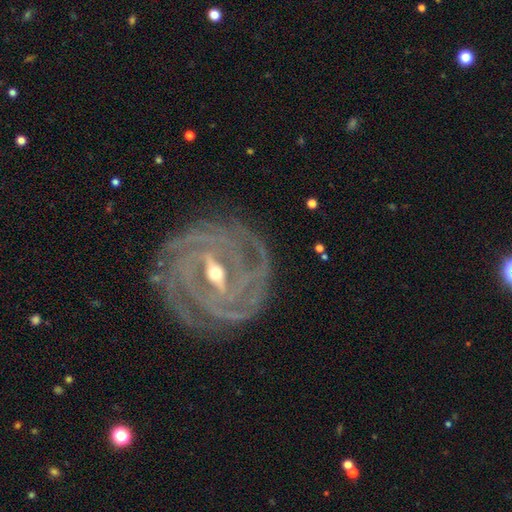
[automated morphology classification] type=featured or disk (92%); edge-on=no (96%); bar=strong (59%); spiral arms=yes (98%); winding=tight (87%); arm count=4 (28%); bulge=moderate (51%); merging=none (84%).